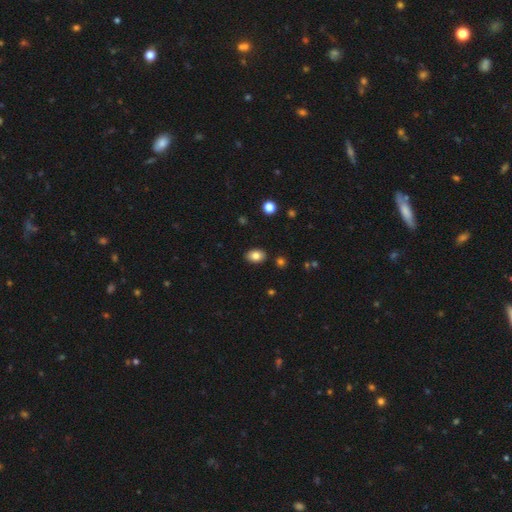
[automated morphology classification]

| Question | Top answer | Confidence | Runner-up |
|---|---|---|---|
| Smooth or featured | smooth | 83% | star or artifact (9%) |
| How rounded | in between | 81% | round (18%) |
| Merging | none | 88% | minor disturbance (9%) |